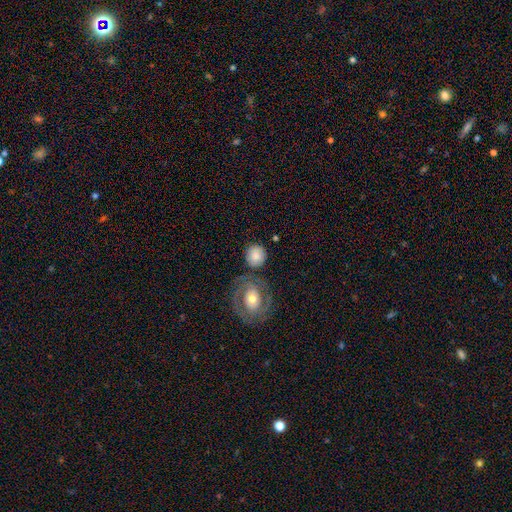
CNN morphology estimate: Smooth or featured? Predicted: smooth (p=0.76). How rounded? Predicted: round (p=0.86). Merging? Predicted: none (p=0.68).